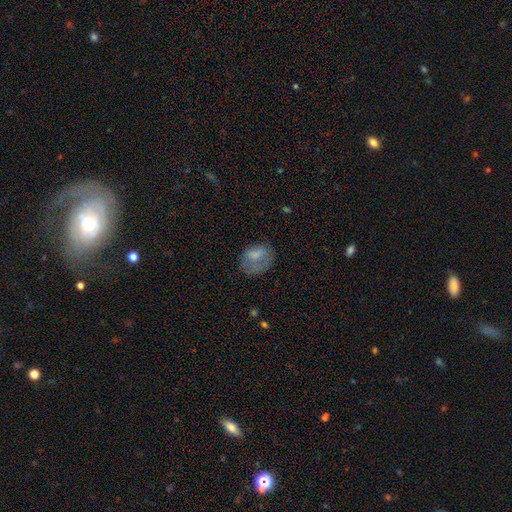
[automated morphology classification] This appears to be a smooth galaxy with no disk features (71%) that is in between round and cigar-shaped (60%). Merging: none (48%).